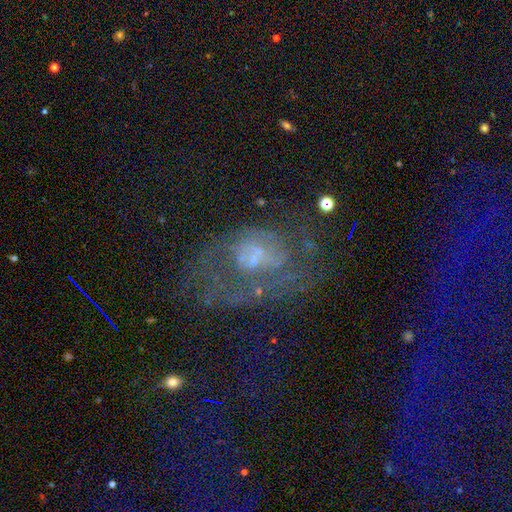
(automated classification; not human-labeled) Q: Smooth or featured?
A: featured or disk (67%); runner-up: smooth (18%)
Q: Edge-on disk?
A: no (97%); runner-up: yes (3%)
Q: Bar?
A: no (73%); runner-up: weak (23%)
Q: Spiral arms?
A: yes (57%); runner-up: no (43%)
Q: Bulge size?
A: small (50%); runner-up: none (24%)
Q: Merging?
A: none (37%); runner-up: major disturbance (36%)